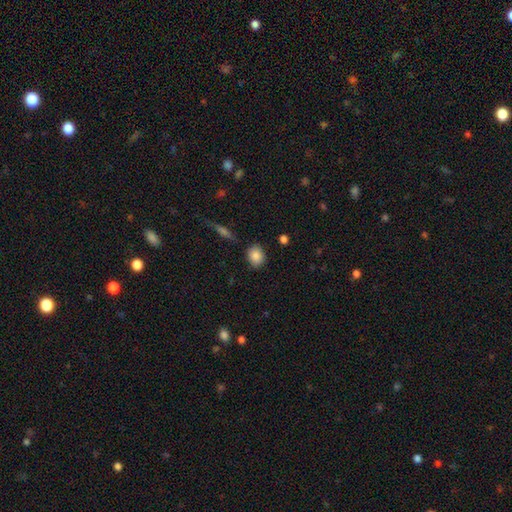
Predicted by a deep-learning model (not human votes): Smooth or featured? smooth (86%)
How rounded? round (52%)
Merging? none (83%)